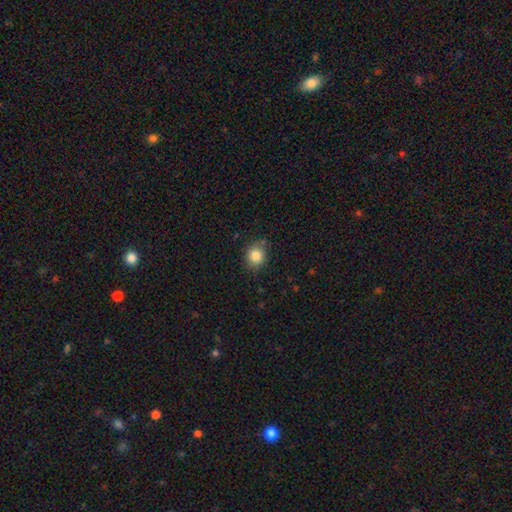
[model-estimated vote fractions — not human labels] Smooth or featured: smooth — 85% (star or artifact — 10%)
How rounded: round — 74% (in between — 25%)
Merging: none — 77% (minor disturbance — 18%)